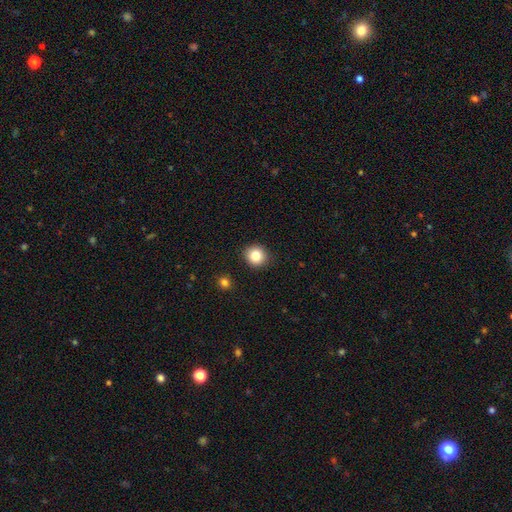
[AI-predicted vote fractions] Smooth or featured?
  - smooth: 84% *
  - star or artifact: 10%
  - featured or disk: 6%
How rounded?
  - round: 88% *
  - in between: 11%
  - cigar-shaped: 1%
Merging?
  - none: 90% *
  - minor disturbance: 7%
  - major disturbance: 2%
  - merger: 1%